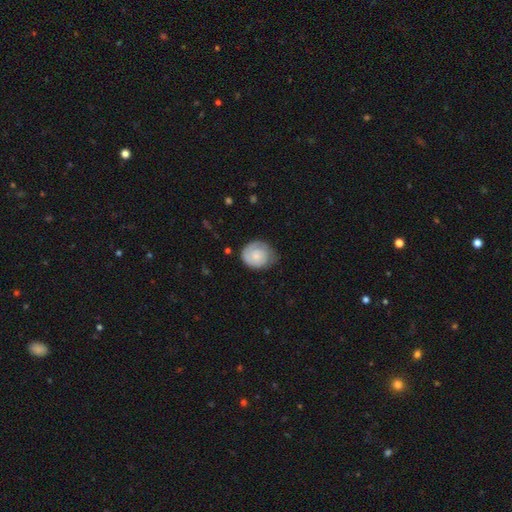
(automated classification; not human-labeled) Q: Smooth or featured?
A: smooth (49%); runner-up: featured or disk (45%)
Q: Merging?
A: none (60%); runner-up: minor disturbance (28%)